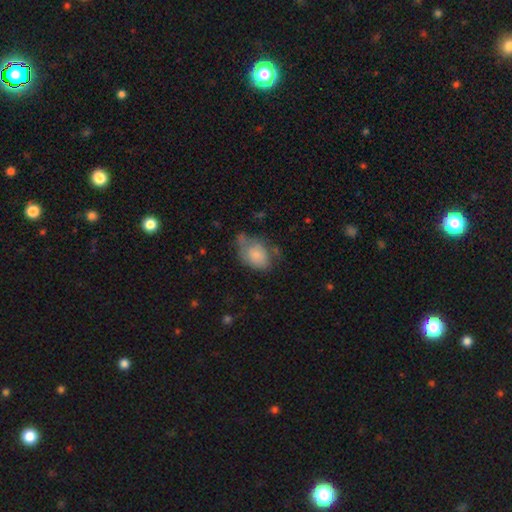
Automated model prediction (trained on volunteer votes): Overall: smooth (73%). How rounded: in between (77%). Merging: none (37%; minor disturbance 36%).